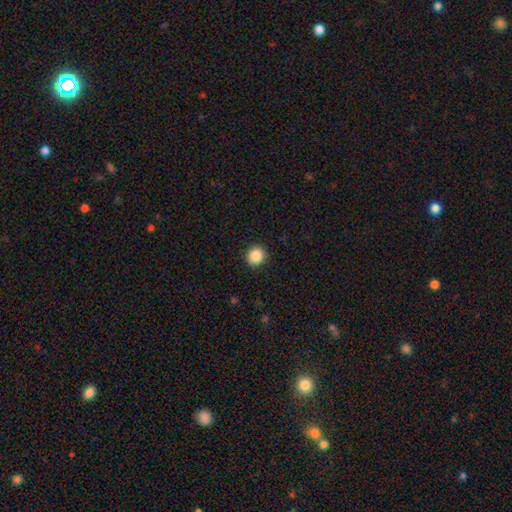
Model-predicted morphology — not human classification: This is clearly a smooth galaxy (88%). How rounded: clearly round (90%). Merging: clearly none (92%).